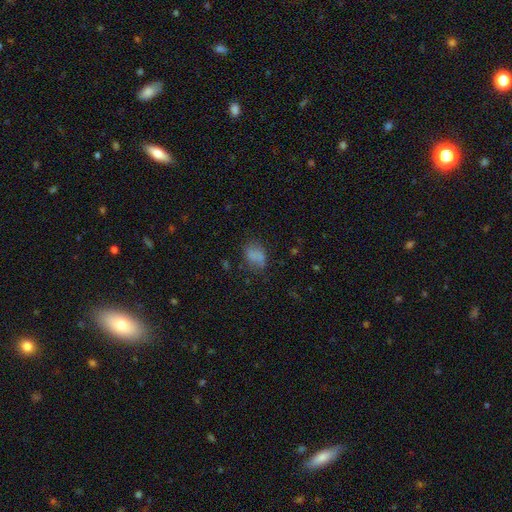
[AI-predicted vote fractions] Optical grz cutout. It shows a smooth galaxy with no disk features (73%) that is in between round and cigar-shaped (72%). Merging: none (60%).